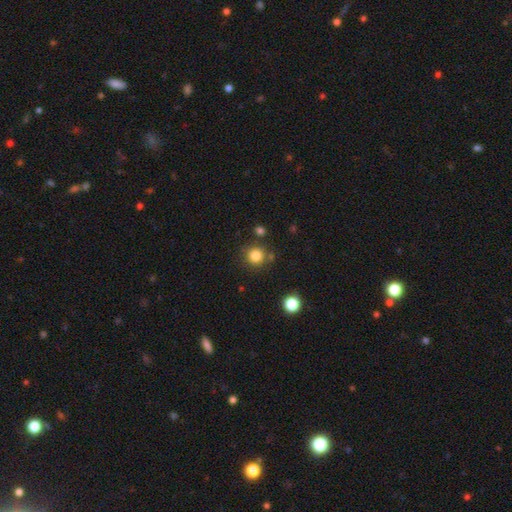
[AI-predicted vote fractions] Morphology: type=smooth (83%); roundness=round (93%); merging=none (82%).